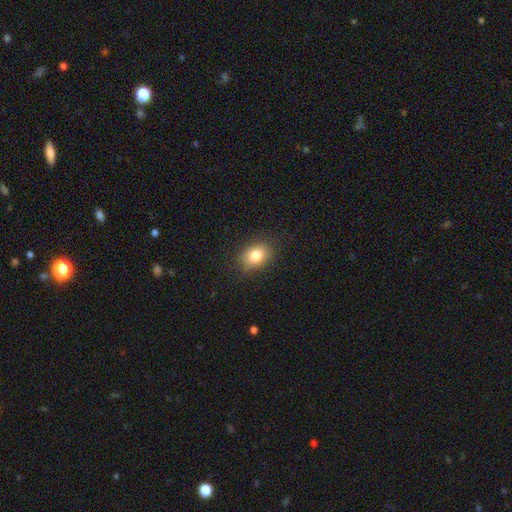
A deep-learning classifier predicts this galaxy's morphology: smooth-or-featured: smooth: 82% | star or artifact: 9% | featured or disk: 8%
  how-rounded: in between: 70% | round: 29% | cigar-shaped: 1%
  merging: none: 85% | minor disturbance: 11% | major disturbance: 3% | merger: 1%